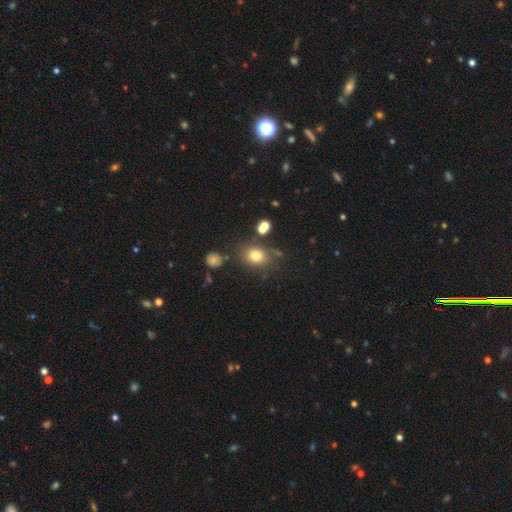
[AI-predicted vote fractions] Overall: smooth (77%). How rounded: round (51%; in between 48%). Merging: none (71%).